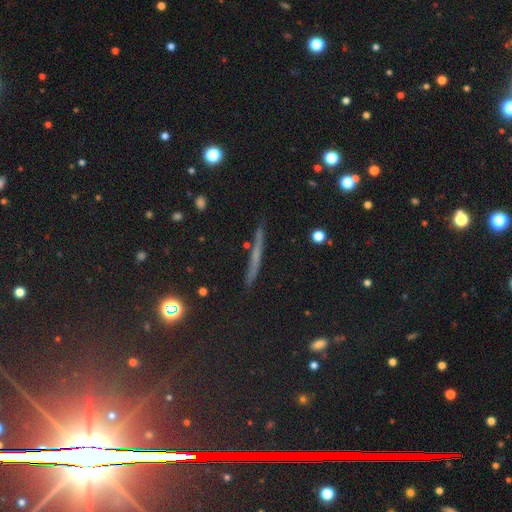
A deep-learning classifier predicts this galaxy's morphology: Smooth or featured: featured or disk — 43% (smooth — 38%)
Merging: none — 89% (minor disturbance — 7%)